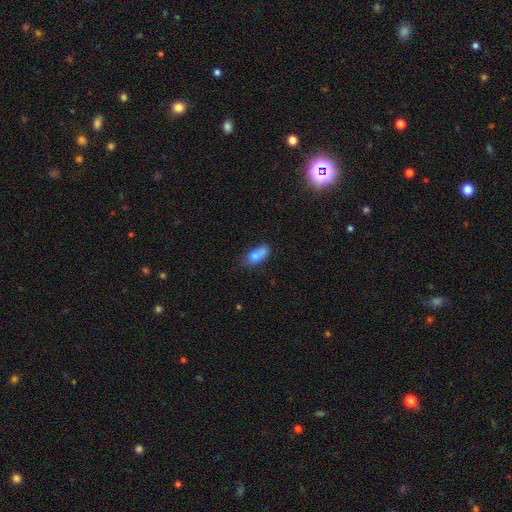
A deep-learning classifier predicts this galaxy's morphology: smooth-or-featured: smooth: 73% | featured or disk: 18% | star or artifact: 9%
  how-rounded: in between: 79% | cigar-shaped: 12% | round: 9%
  merging: none: 41% | minor disturbance: 28% | merger: 20% | major disturbance: 10%